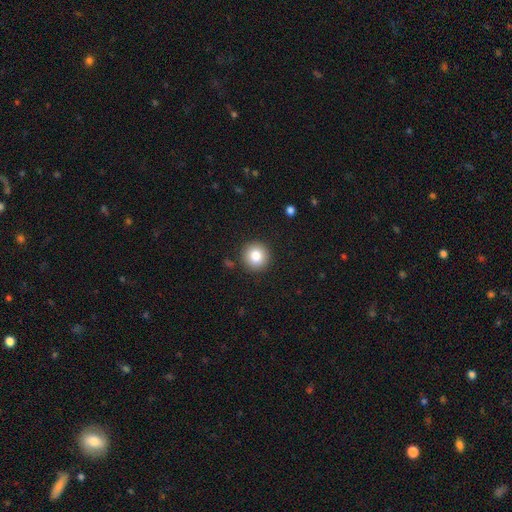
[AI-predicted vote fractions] Smooth or featured: smooth — 81% (star or artifact — 10%)
How rounded: round — 95% (in between — 4%)
Merging: none — 90% (minor disturbance — 6%)